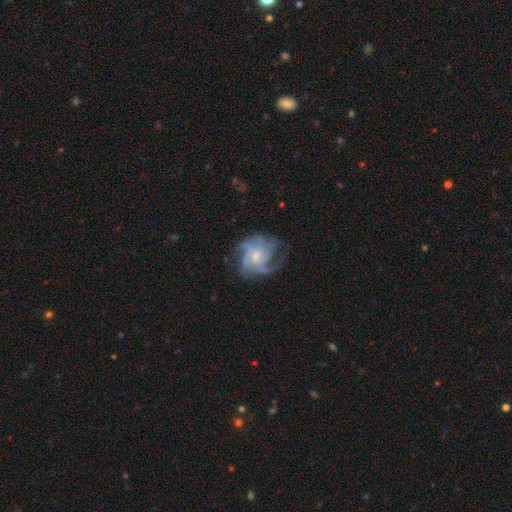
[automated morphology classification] featured or disk 79%, smooth 13%, star or artifact 8%. Down the decision tree: edge-on disk — no (98%); bar — no (69%); spiral arms — yes (93%); spiral arm count — 4 (31%); spiral winding — medium (45%); bulge size — small (47%); merging — none (62%).